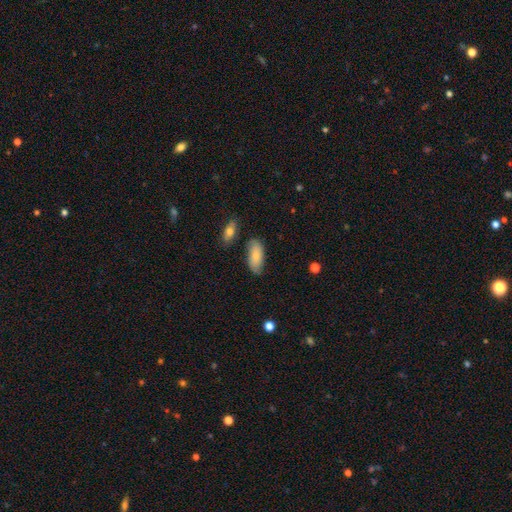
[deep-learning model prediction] smooth-or-featured: smooth: 80% | featured or disk: 14% | star or artifact: 6%
  how-rounded: in between: 88% | cigar-shaped: 10% | round: 2%
  merging: none: 73% | minor disturbance: 19% | merger: 4% | major disturbance: 4%